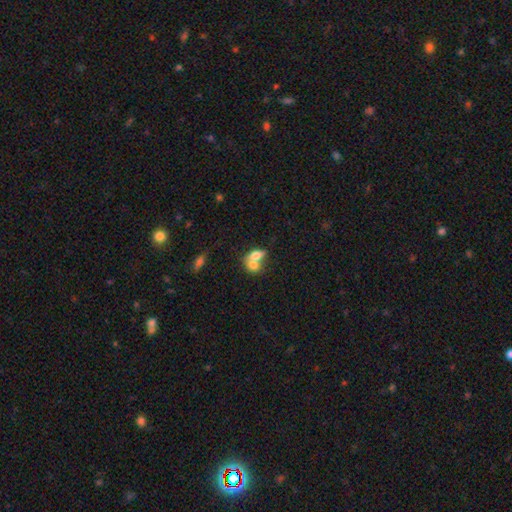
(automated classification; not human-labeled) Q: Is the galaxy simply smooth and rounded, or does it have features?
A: smooth — 70%.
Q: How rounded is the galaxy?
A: in between — 75%.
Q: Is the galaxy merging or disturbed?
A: merger — 72%.